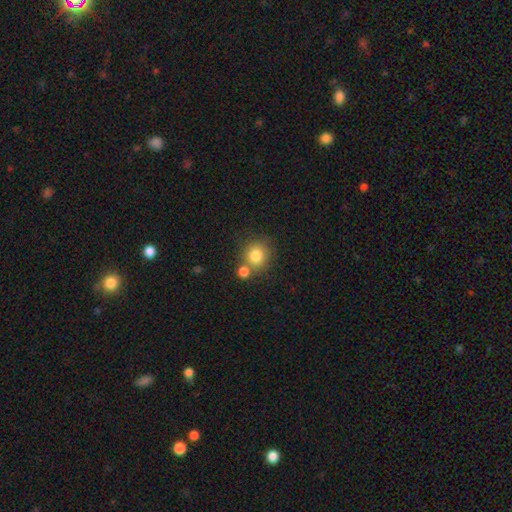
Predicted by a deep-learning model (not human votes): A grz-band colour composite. It shows a smooth galaxy with no disk features (81%) that is round (86%). Merging: none (63%).